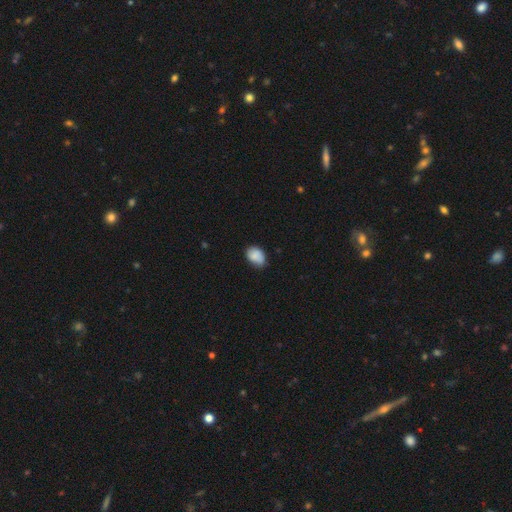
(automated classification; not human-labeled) A smooth galaxy with no disk features (87%) that is in between round and cigar-shaped (80%). Merging: none (69%).